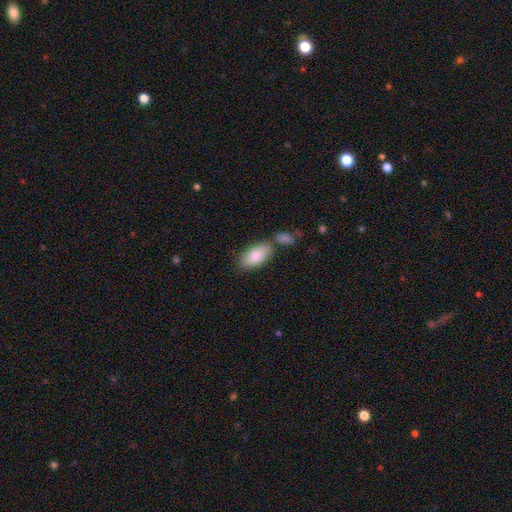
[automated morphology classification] This is clearly a smooth galaxy (85%). How rounded: clearly in between (94%). Merging: likely none (61%).